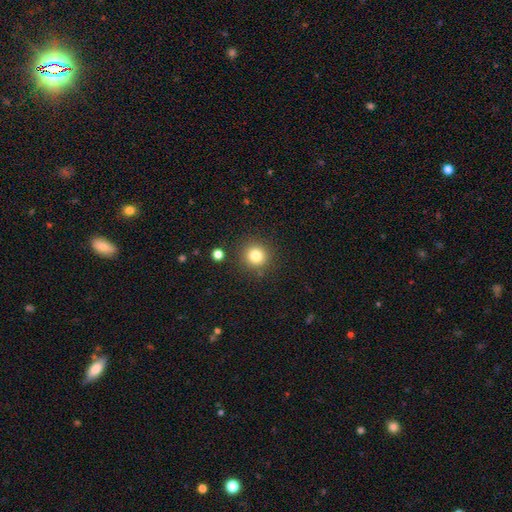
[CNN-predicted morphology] Smooth or featured? Predicted: smooth (p=0.81). How rounded? Predicted: round (p=0.93). Merging? Predicted: none (p=0.88).